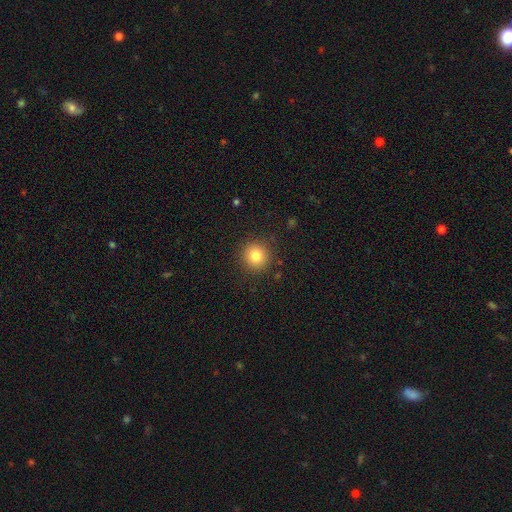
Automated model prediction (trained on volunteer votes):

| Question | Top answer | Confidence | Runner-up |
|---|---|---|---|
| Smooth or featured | smooth | 81% | star or artifact (11%) |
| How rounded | round | 93% | in between (6%) |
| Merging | none | 90% | minor disturbance (7%) |